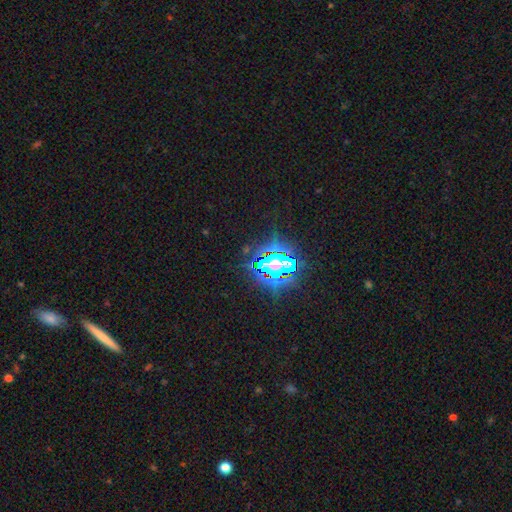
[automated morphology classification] A star or artifact, not a galaxy (78%).